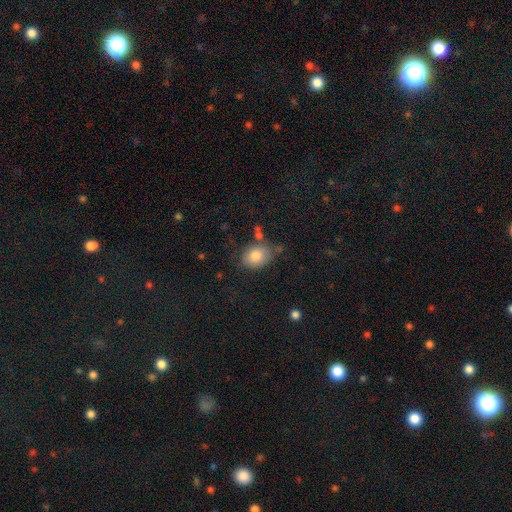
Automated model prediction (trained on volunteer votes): This appears to be a smooth galaxy with no disk features (83%) that is in between round and cigar-shaped (63%). Merging: none (62%).